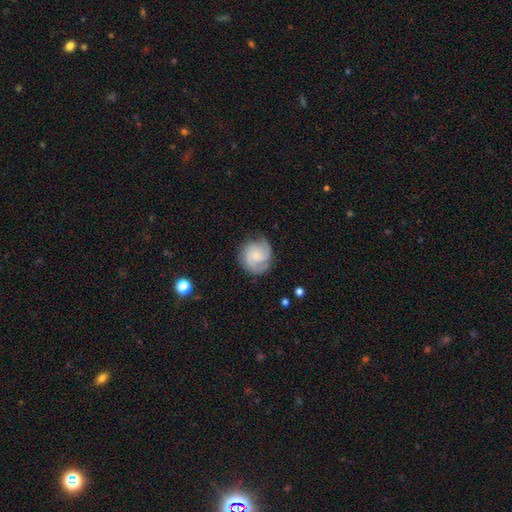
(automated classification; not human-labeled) Smooth or featured? featured or disk (63%)
Edge-on disk? no (98%)
Bar? no (66%)
Spiral arms? yes (94%)
Spiral winding? medium (44%)
Spiral arm count? 2 (49%)
Bulge size? small (55%)
Merging? none (73%)